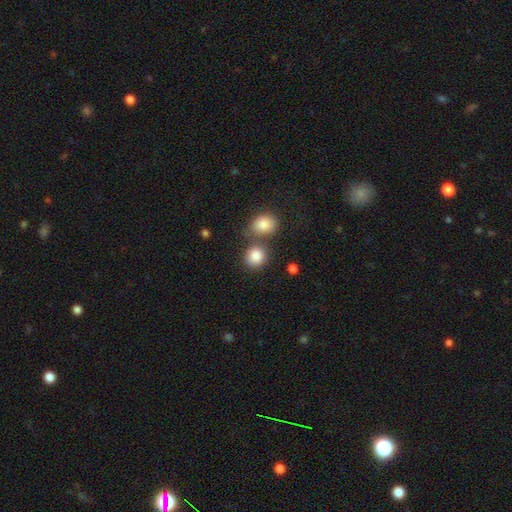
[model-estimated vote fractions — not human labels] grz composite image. It shows a smooth galaxy with no disk features (86%) that is round (79%). Merging: none (57%).